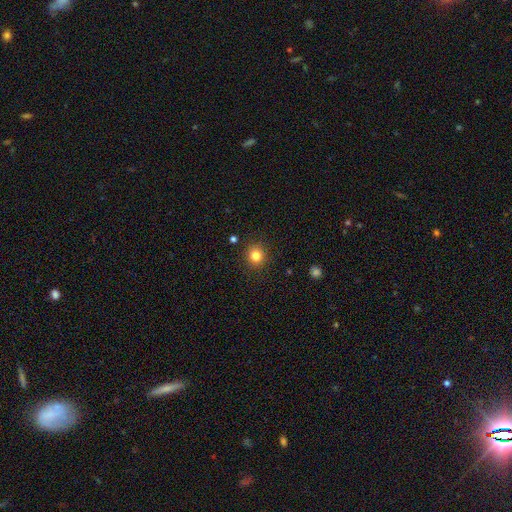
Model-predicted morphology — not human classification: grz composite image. It shows a smooth galaxy with no disk features (82%) that is round (92%). Merging: none (90%).